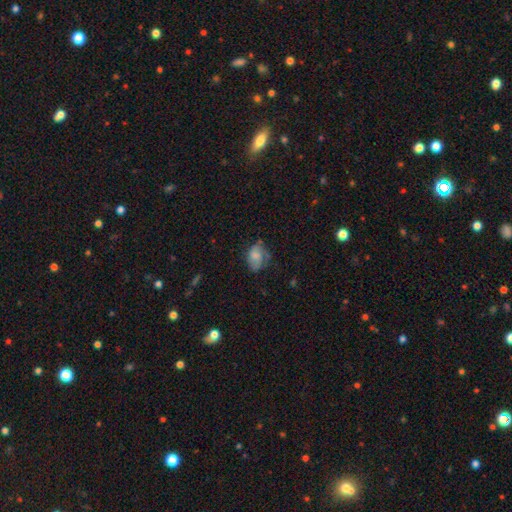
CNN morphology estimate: type=smooth (58%); roundness=in between (71%); merging=none (46%).